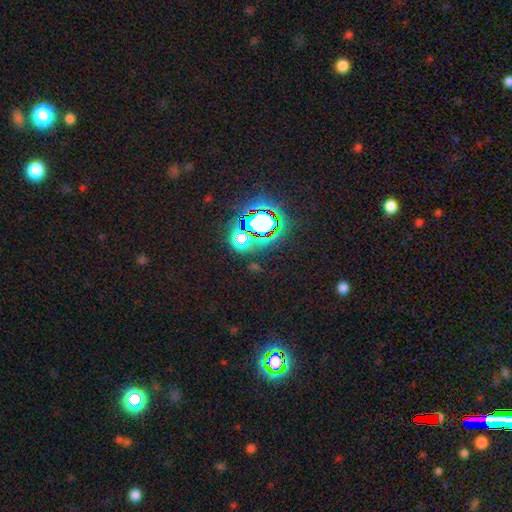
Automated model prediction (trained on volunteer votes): A star or artifact, not a galaxy (81%).

Vote fractions:
- Smooth or featured? star or artifact: 81% / smooth: 12% / featured or disk: 7%